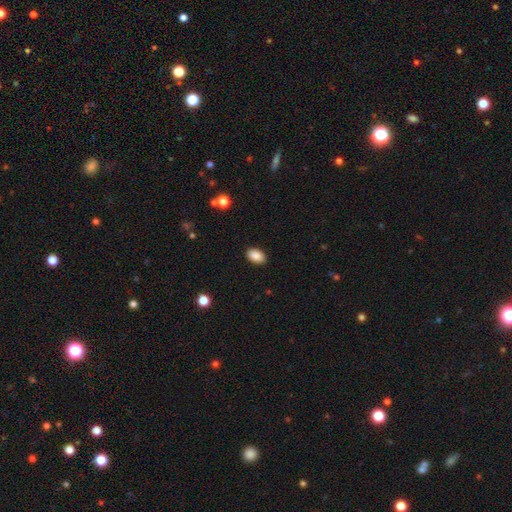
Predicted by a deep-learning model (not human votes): Smooth or featured?
  - smooth: 89% *
  - star or artifact: 8%
  - featured or disk: 3%
How rounded?
  - in between: 90% *
  - round: 8%
  - cigar-shaped: 1%
Merging?
  - none: 89% *
  - minor disturbance: 8%
  - major disturbance: 2%
  - merger: 1%